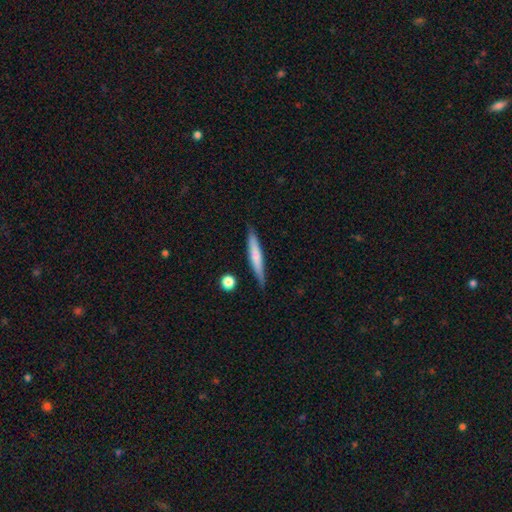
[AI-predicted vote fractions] Overall: smooth (59%; featured or disk 35%). How rounded: cigar-shaped (93%). Merging: none (85%).